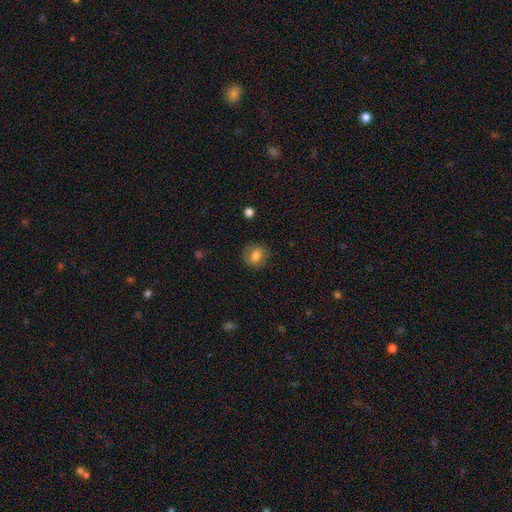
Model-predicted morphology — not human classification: smooth_or_featured: smooth (p=0.80) [alt: featured or disk p=0.10]
how_rounded: round (p=0.69) [alt: in between p=0.30]
merging: none (p=0.84) [alt: minor disturbance p=0.12]